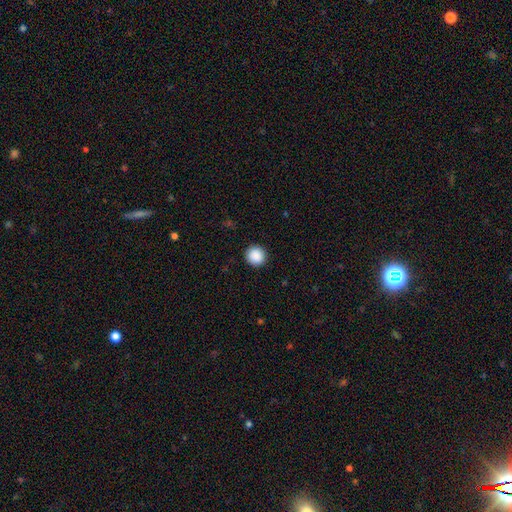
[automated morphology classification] smooth-or-featured: smooth: 90% | star or artifact: 8% | featured or disk: 2%
  how-rounded: round: 94% | in between: 5% | cigar-shaped: 1%
  merging: none: 92% | minor disturbance: 5% | major disturbance: 2% | merger: 1%